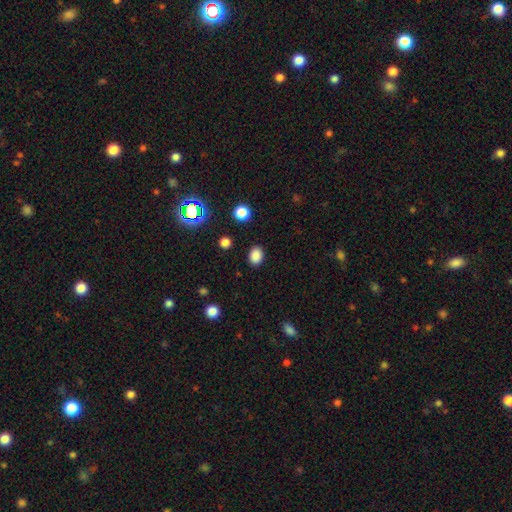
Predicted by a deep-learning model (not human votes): A smooth galaxy with no disk features (85%) that is in between round and cigar-shaped (72%).

Vote fractions:
- Smooth or featured? smooth: 85% / star or artifact: 12% / featured or disk: 3%
- How rounded? in between: 72% / round: 27% / cigar-shaped: 1%
- Merging? none: 88% / minor disturbance: 8% / major disturbance: 3% / merger: 1%